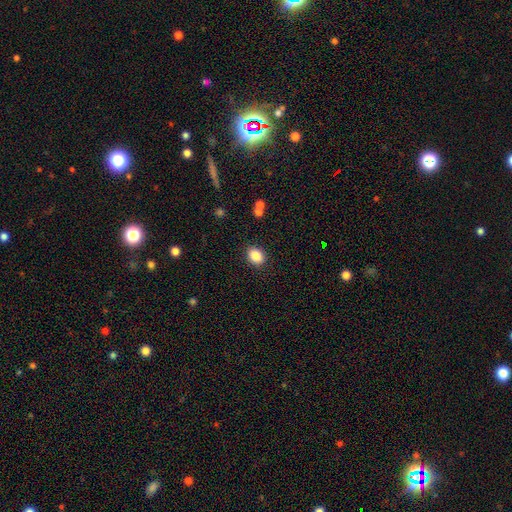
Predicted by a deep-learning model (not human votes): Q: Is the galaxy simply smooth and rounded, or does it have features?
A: smooth — 86%.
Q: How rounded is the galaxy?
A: in between — 59%.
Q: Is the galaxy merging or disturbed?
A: none — 87%.